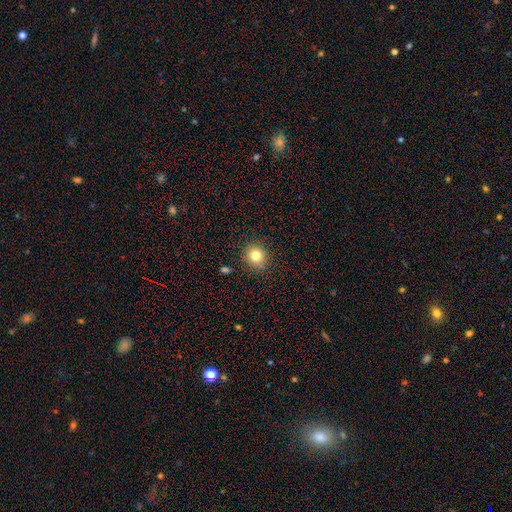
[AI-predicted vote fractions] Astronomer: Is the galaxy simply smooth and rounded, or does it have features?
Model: smooth — 80%.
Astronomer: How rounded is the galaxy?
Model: round — 89%.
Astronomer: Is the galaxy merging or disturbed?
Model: none — 89%.